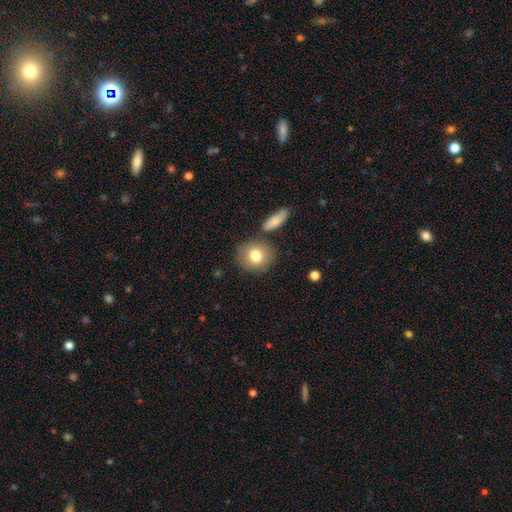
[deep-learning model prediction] A smooth galaxy with no disk features (78%) that is round (77%).

Vote fractions:
- Smooth or featured? smooth: 78% / featured or disk: 14% / star or artifact: 8%
- How rounded? round: 77% / in between: 22% / cigar-shaped: 1%
- Merging? none: 79% / minor disturbance: 11% / merger: 7% / major disturbance: 3%